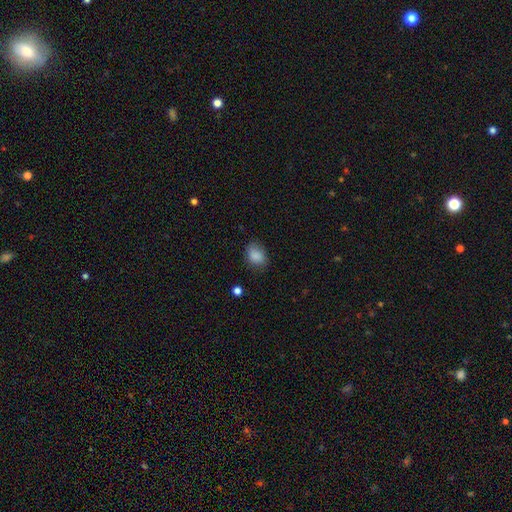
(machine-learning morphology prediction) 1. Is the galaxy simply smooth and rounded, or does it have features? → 85% smooth, 9% star or artifact, 6% featured or disk.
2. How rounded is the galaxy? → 69% in between, 30% round, 1% cigar-shaped.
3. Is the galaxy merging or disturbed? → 70% none, 23% minor disturbance, 6% major disturbance, 2% merger.